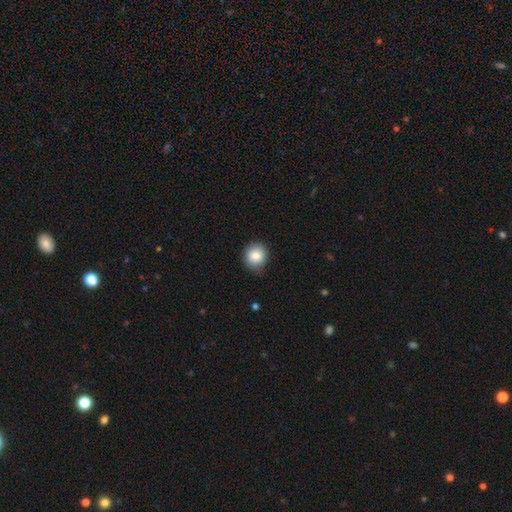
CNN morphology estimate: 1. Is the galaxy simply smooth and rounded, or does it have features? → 84% smooth, 9% star or artifact, 7% featured or disk.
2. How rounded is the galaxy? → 87% round, 12% in between, 1% cigar-shaped.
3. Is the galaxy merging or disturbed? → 77% none, 19% minor disturbance, 3% major disturbance, 1% merger.